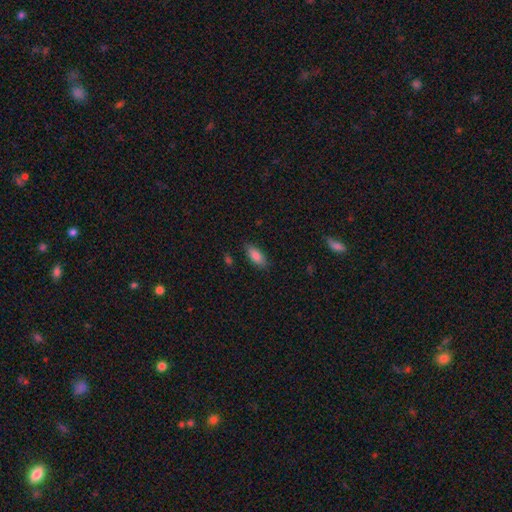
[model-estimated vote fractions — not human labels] smooth_or_featured: smooth (p=0.85) [alt: featured or disk p=0.08]
how_rounded: in between (p=0.82) [alt: cigar-shaped p=0.15]
merging: none (p=0.83) [alt: minor disturbance p=0.13]